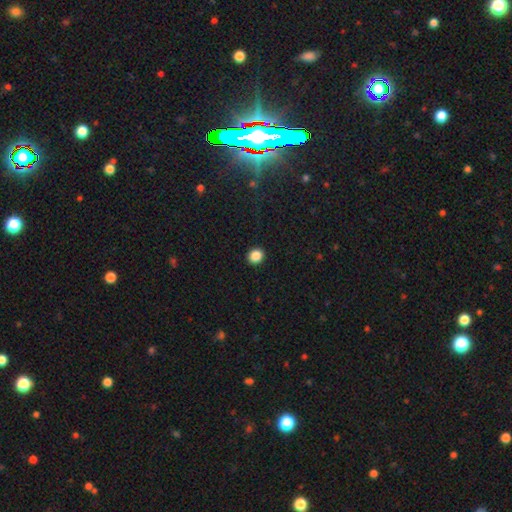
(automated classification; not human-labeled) Smooth or featured: smooth — 87% (star or artifact — 10%)
How rounded: round — 76% (in between — 23%)
Merging: none — 92% (minor disturbance — 5%)